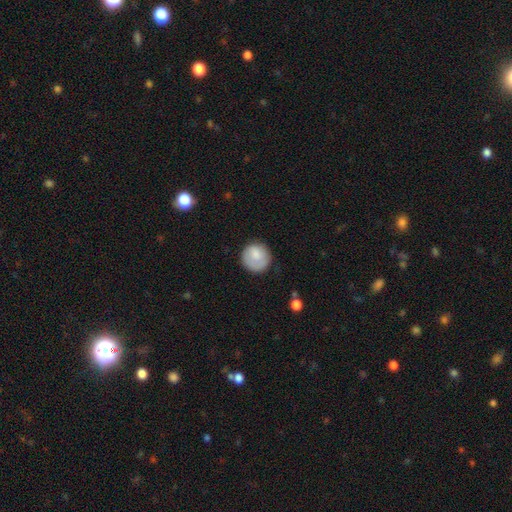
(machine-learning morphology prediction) smooth 80%, featured or disk 14%, star or artifact 6%. Down the decision tree: how rounded — round (91%); merging — none (75%).